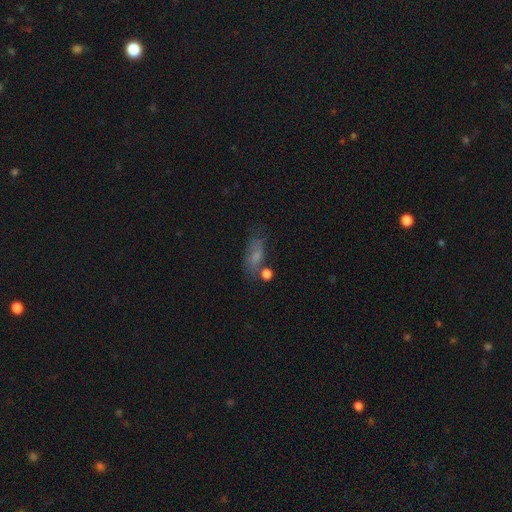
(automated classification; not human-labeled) Smooth or featured? smooth (58%)
How rounded? in between (73%)
Merging? none (55%)